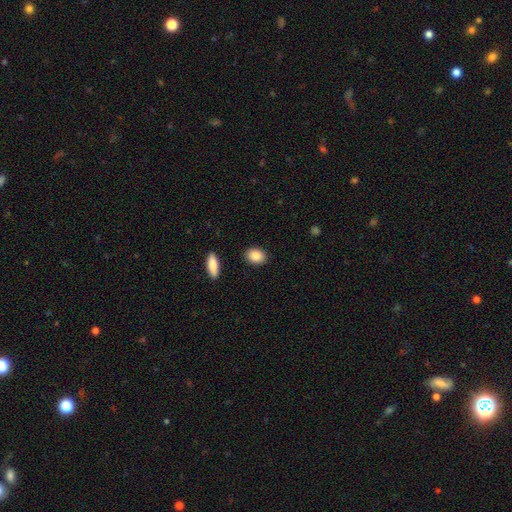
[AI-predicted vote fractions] This appears to be a smooth galaxy with no disk features (87%) that is in between round and cigar-shaped (64%). Merging: none (89%).